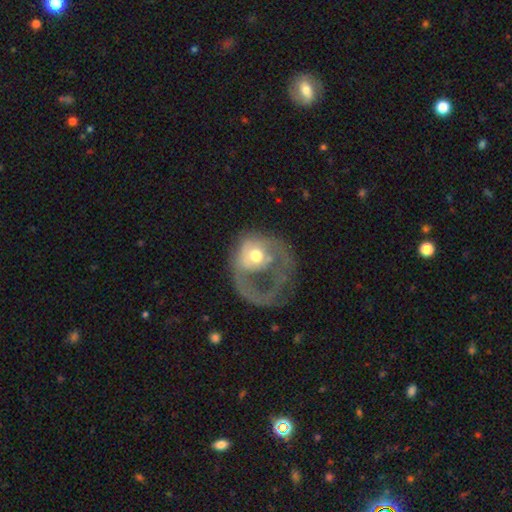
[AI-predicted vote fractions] Morphology: type=featured or disk (60%); edge-on=no (97%); bar=no (79%); spiral arms=no (51%); bulge=moderate (67%); merging=major disturbance (68%).